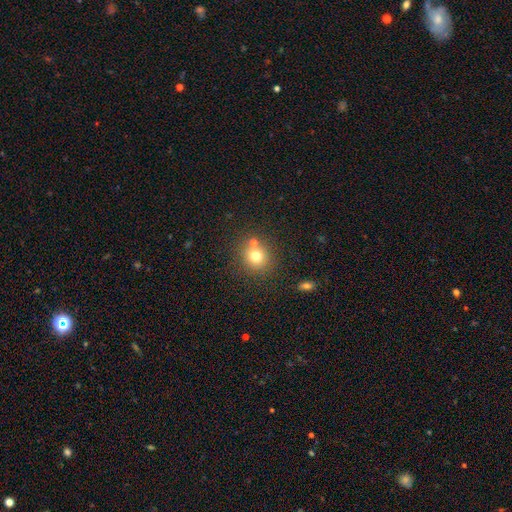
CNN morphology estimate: type=smooth (74%); roundness=round (88%); merging=none (72%).